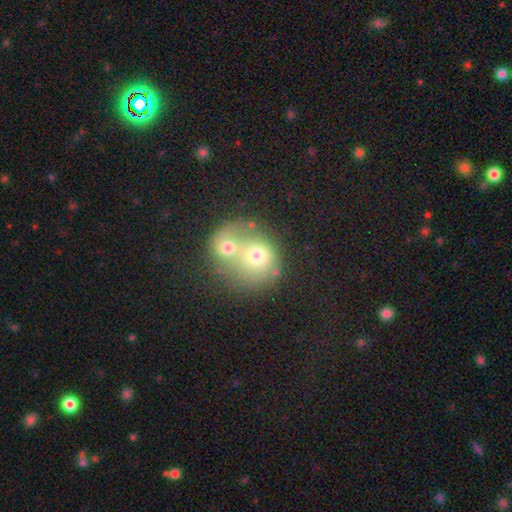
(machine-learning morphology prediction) Smooth or featured?
  - smooth: 60% *
  - featured or disk: 29%
  - star or artifact: 11%
How rounded?
  - round: 73% *
  - in between: 26%
  - cigar-shaped: 1%
Merging?
  - merger: 77% *
  - none: 14%
  - minor disturbance: 5%
  - major disturbance: 4%